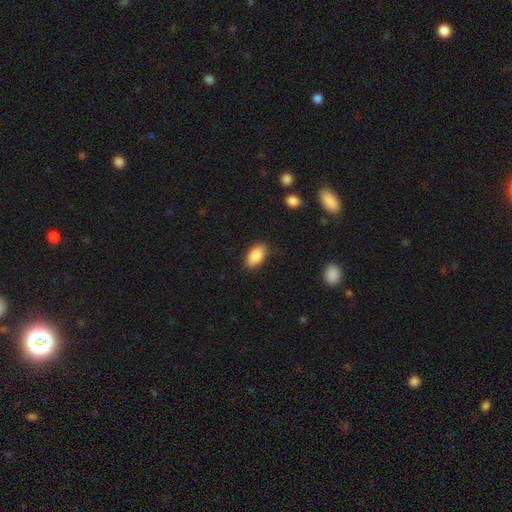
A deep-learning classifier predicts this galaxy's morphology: A smooth galaxy with no disk features (89%) that is in between round and cigar-shaped (93%).

Vote fractions:
- Smooth or featured? smooth: 89% / star or artifact: 7% / featured or disk: 5%
- How rounded? in between: 93% / round: 4% / cigar-shaped: 3%
- Merging? none: 83% / minor disturbance: 13% / major disturbance: 3% / merger: 1%